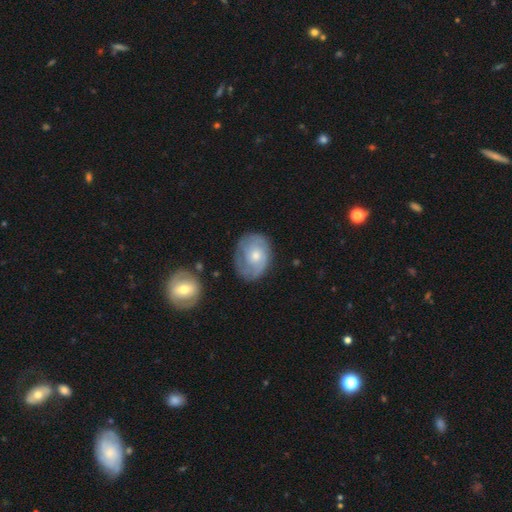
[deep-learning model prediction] smooth-or-featured: featured or disk: 62% | smooth: 32% | star or artifact: 6%
  disk-edge-on: no: 96% | yes: 4%
    bar: no: 78% | weak: 20% | strong: 3%
    has-spiral-arms: yes: 82% | no: 18%
    bulge-size: moderate: 54% | small: 40% | large: 4% | none: 2% | dominant: 1%
  merging: none: 68% | minor disturbance: 22% | major disturbance: 8% | merger: 2%